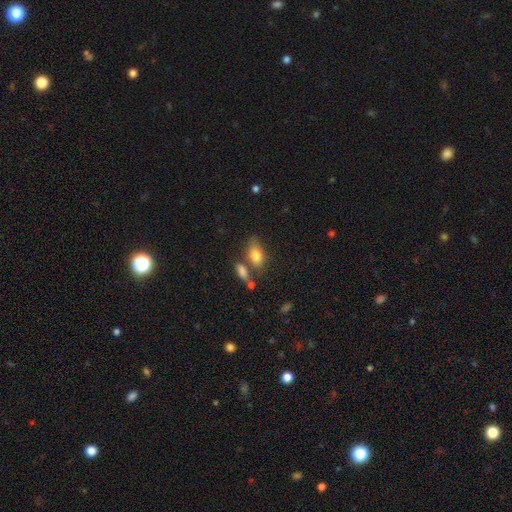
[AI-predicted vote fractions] This is clearly a smooth galaxy (81%). How rounded: clearly in between (87%). Merging: possibly none (53%).